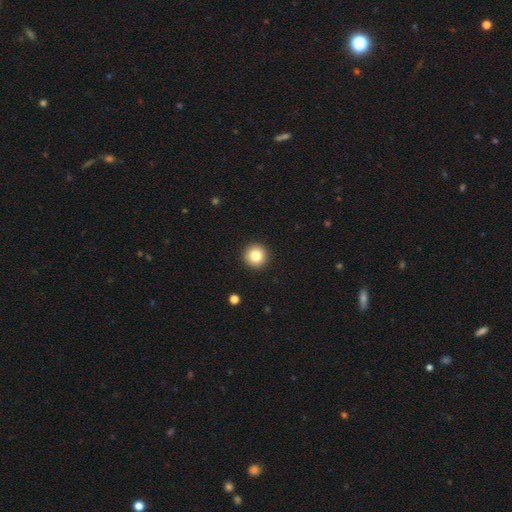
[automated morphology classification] Smooth or featured?
  - smooth: 82% *
  - star or artifact: 10%
  - featured or disk: 8%
How rounded?
  - round: 96% *
  - in between: 4%
  - cigar-shaped: 1%
Merging?
  - none: 93% *
  - minor disturbance: 4%
  - major disturbance: 1%
  - merger: 1%